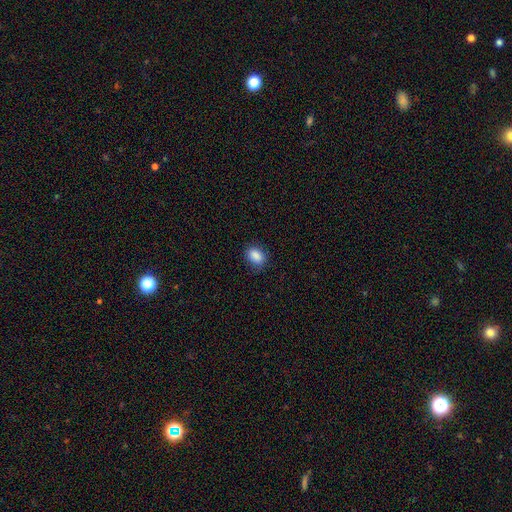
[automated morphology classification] A smooth galaxy with no disk features (87%) that is in between round and cigar-shaped (72%).

Vote fractions:
- Smooth or featured? smooth: 87% / star or artifact: 9% / featured or disk: 4%
- How rounded? in between: 72% / round: 26% / cigar-shaped: 1%
- Merging? none: 79% / minor disturbance: 16% / major disturbance: 4% / merger: 1%